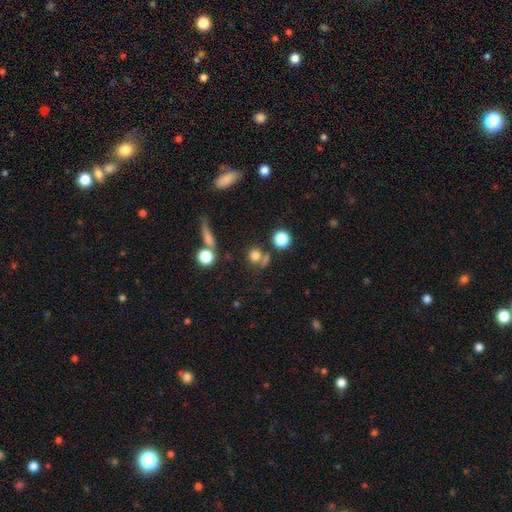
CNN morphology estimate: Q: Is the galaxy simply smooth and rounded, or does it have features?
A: smooth — 74%.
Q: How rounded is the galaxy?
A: round — 84%.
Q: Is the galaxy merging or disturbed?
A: none — 59%.